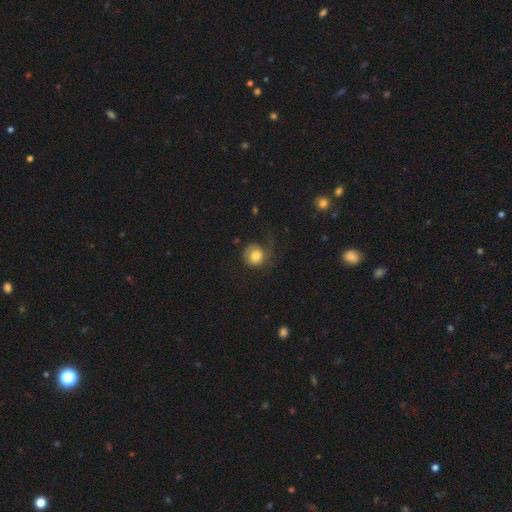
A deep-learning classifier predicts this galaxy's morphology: Q: Smooth or featured?
A: smooth (70%); runner-up: featured or disk (22%)
Q: How rounded?
A: round (84%); runner-up: in between (15%)
Q: Merging?
A: none (45%); runner-up: major disturbance (30%)